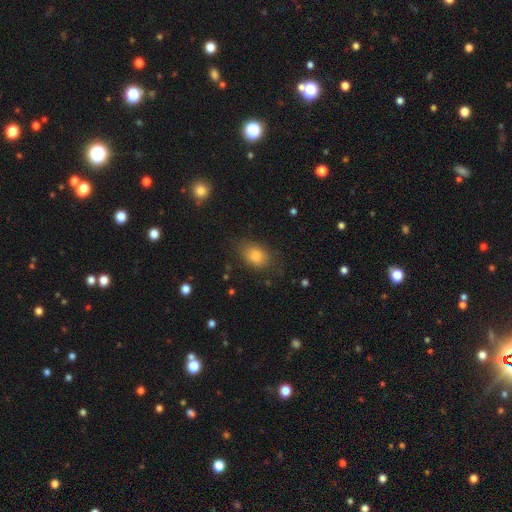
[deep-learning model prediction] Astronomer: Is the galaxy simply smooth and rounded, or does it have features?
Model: smooth — 79%.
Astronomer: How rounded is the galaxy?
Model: in between — 76%.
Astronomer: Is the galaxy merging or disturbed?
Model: none — 72%.